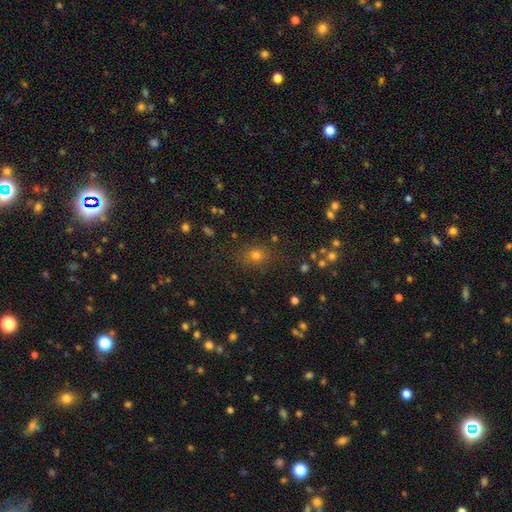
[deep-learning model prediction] smooth-or-featured: smooth: 67% | star or artifact: 25% | featured or disk: 8%
  how-rounded: round: 62% | in between: 36% | cigar-shaped: 2%
  merging: none: 83% | minor disturbance: 11% | major disturbance: 4% | merger: 3%